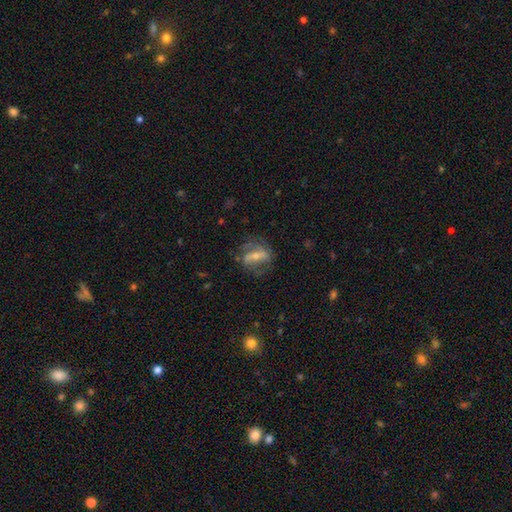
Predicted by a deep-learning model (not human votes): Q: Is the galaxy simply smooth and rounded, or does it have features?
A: featured or disk — 64%.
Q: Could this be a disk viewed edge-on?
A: no — 89%.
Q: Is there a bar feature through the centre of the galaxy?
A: strong — 54%.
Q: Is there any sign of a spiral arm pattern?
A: yes — 68%.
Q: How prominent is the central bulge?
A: small — 48%.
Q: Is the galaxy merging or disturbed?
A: none — 60%.